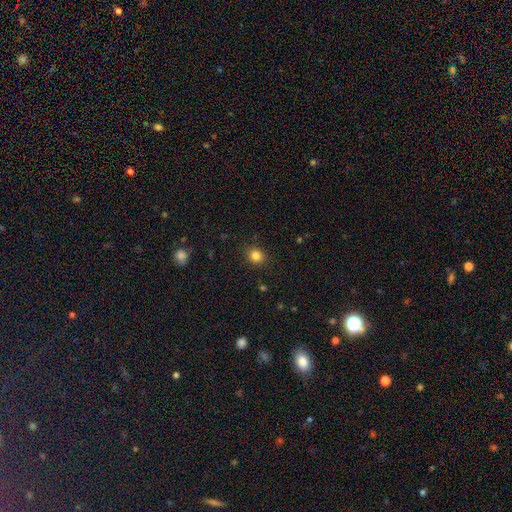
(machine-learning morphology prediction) Smooth or featured?
  - smooth: 83% *
  - star or artifact: 12%
  - featured or disk: 5%
How rounded?
  - round: 77% *
  - in between: 22%
  - cigar-shaped: 1%
Merging?
  - none: 89% *
  - minor disturbance: 8%
  - major disturbance: 2%
  - merger: 1%